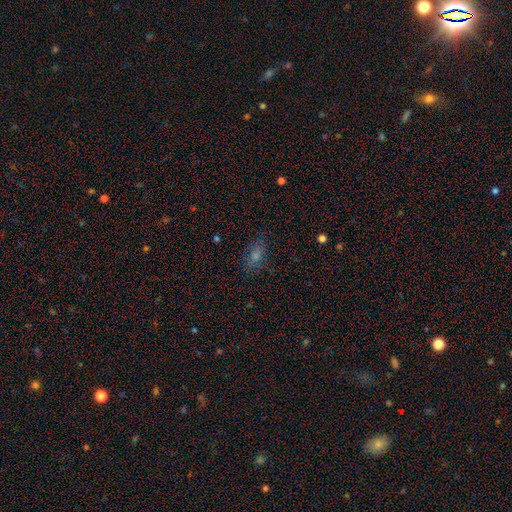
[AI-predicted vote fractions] A smooth galaxy with no disk features (53%) that is in between round and cigar-shaped (75%).

Vote fractions:
- Smooth or featured? smooth: 53% / star or artifact: 29% / featured or disk: 17%
- How rounded? in between: 75% / round: 13% / cigar-shaped: 12%
- Merging? none: 78% / minor disturbance: 15% / major disturbance: 5% / merger: 2%